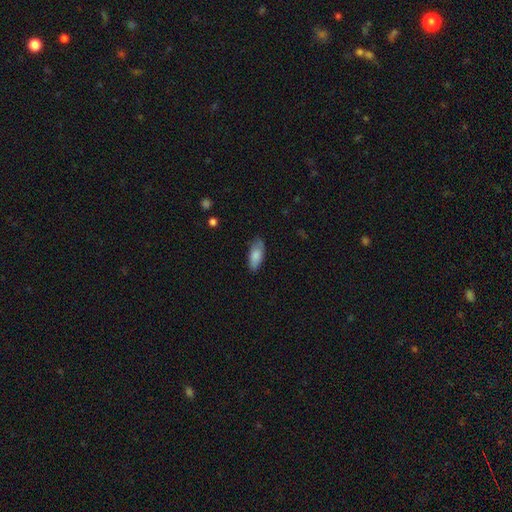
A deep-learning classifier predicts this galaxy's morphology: Smooth or featured?
  - smooth: 83% *
  - featured or disk: 11%
  - star or artifact: 6%
How rounded?
  - in between: 82% *
  - cigar-shaped: 16%
  - round: 2%
Merging?
  - none: 77% *
  - minor disturbance: 18%
  - major disturbance: 3%
  - merger: 1%